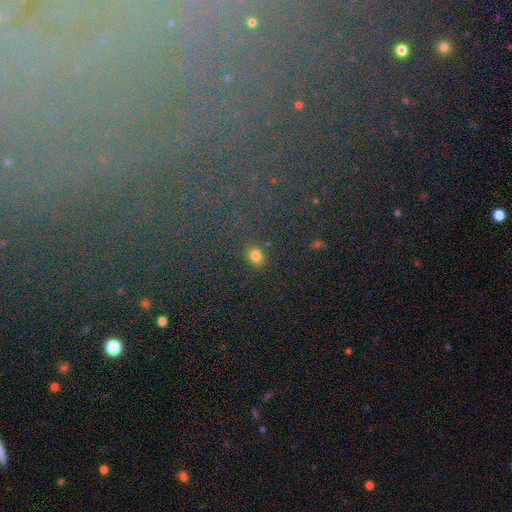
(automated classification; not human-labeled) The model was most divided on "how rounded": round: 63%, in between: 35%, cigar-shaped: 2%. More confident: merging — none (82%); smooth or featured — smooth (75%).